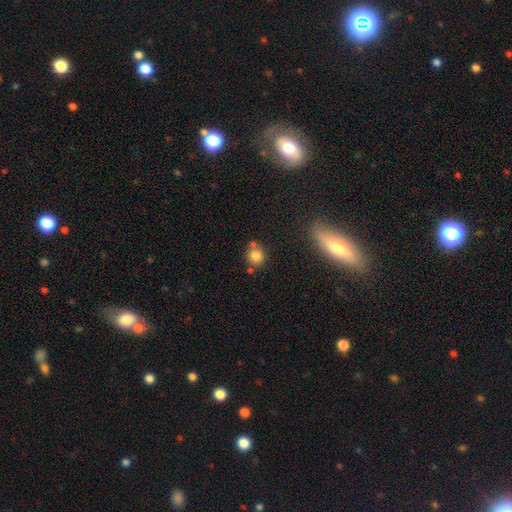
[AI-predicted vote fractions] Smooth or featured? smooth (80%)
How rounded? round (87%)
Merging? none (65%)